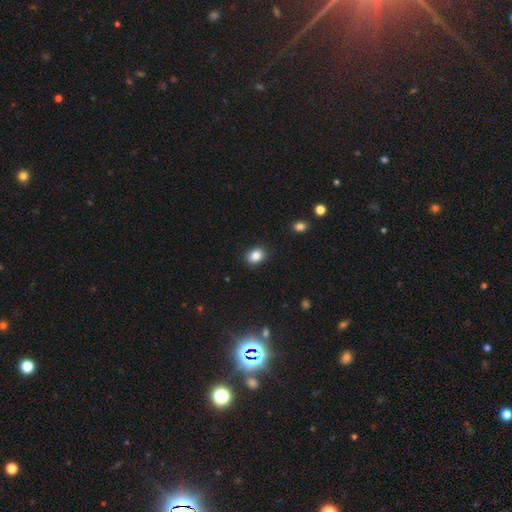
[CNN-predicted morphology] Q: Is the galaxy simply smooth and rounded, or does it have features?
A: smooth — 85%.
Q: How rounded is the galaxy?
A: in between — 60%.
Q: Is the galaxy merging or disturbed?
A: none — 89%.